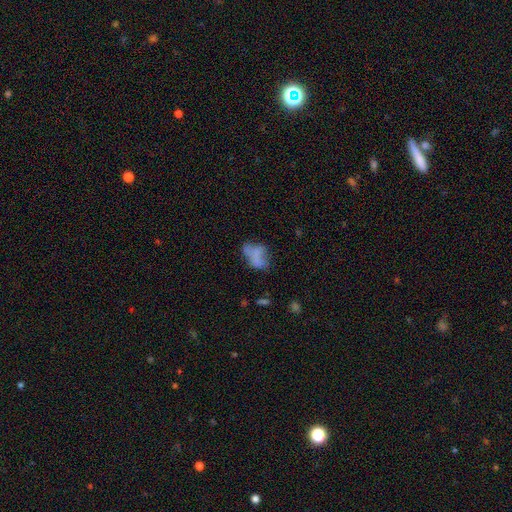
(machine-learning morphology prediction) Smooth or featured?
  - smooth: 54% *
  - featured or disk: 32%
  - star or artifact: 13%
How rounded?
  - in between: 83% *
  - round: 13%
  - cigar-shaped: 4%
Merging?
  - none: 35% *
  - major disturbance: 27%
  - minor disturbance: 24%
  - merger: 14%